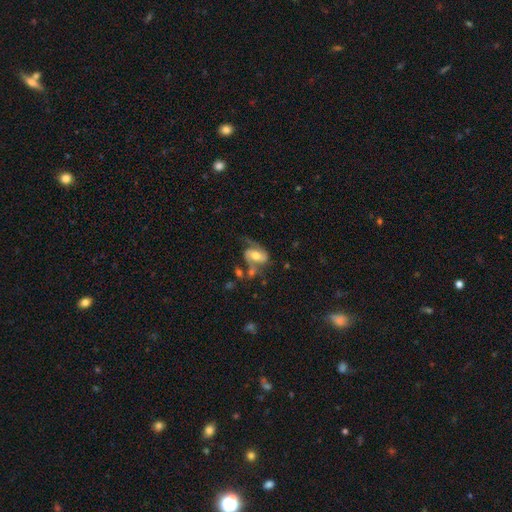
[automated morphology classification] A featured or disk galaxy (70%) with no bar (38%, tied with weak), 2 (74%) medium (42%, tied with loose) spiral arms (87%) and a moderate central bulge (67%).

Vote fractions:
- Smooth or featured? featured or disk: 70% / smooth: 23% / star or artifact: 7%
- Edge-on disk? no: 96% / yes: 4%
- Bar? no: 38% (tied) / weak: 38% (tied) / strong: 24%
- Spiral arms? yes: 87% / no: 13%
- Spiral winding? medium: 42% (tied) / loose: 42% (tied) / tight: 16%
- Spiral arm count? 2: 74% / 1: 16% / can't tell: 7% / 3: 2% / 4: 1% / more than 4: 1%
- Bulge size? moderate: 67% / small: 16% / large: 14% / none: 2% / dominant: 2%
- Merging? none: 38% / major disturbance: 25% / minor disturbance: 23% / merger: 14%